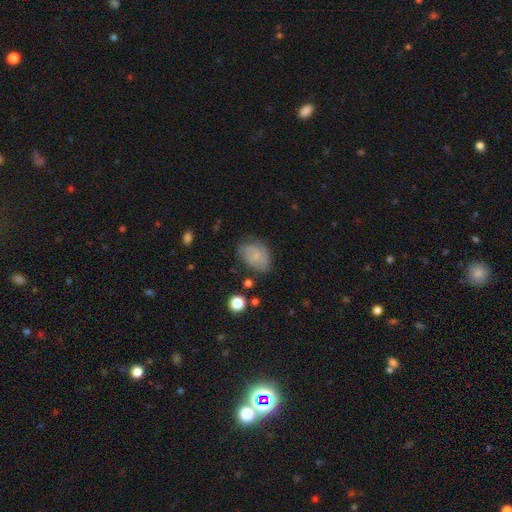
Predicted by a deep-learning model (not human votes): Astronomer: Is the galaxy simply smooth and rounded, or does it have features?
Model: featured or disk — 55% (runner-up: smooth, 37%).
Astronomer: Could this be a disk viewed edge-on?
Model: no — 97%.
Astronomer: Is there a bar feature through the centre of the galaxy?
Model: no — 73%.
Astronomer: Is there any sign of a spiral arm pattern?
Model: yes — 84%.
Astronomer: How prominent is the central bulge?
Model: small — 73%.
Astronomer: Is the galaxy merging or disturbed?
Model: none — 69%.